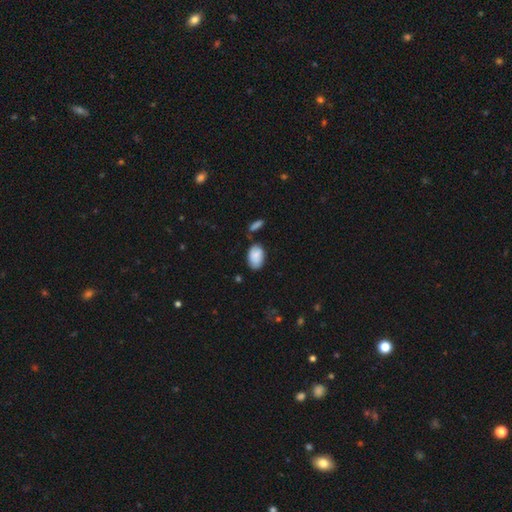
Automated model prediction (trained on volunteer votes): This is clearly a smooth galaxy (84%). How rounded: clearly in between (91%). Merging: likely none (66%).